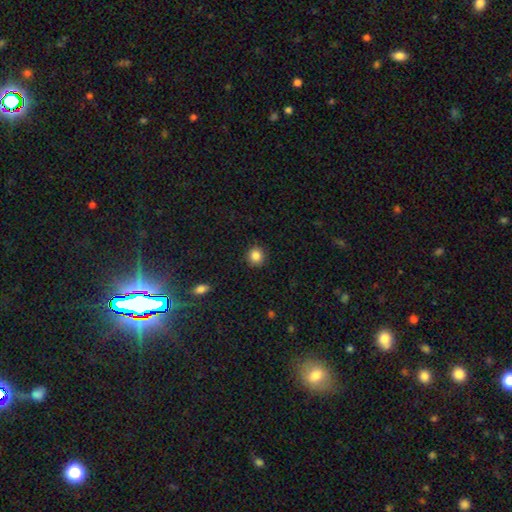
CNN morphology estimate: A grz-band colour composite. It shows a smooth galaxy with no disk features (85%) that is round (91%). Merging: none (91%).